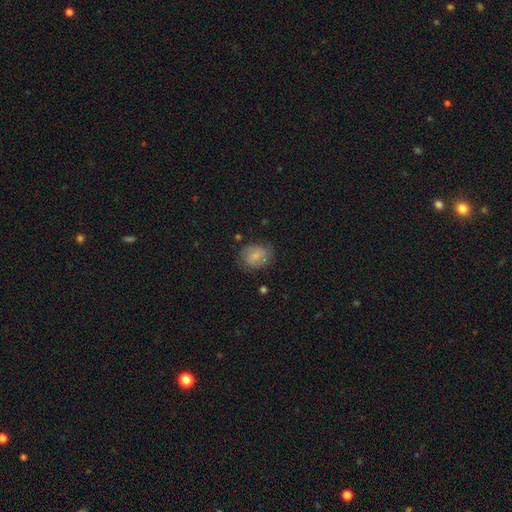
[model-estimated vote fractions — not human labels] This appears to be a smooth galaxy with no disk features (76%) that is round (61%). Merging: none (76%).